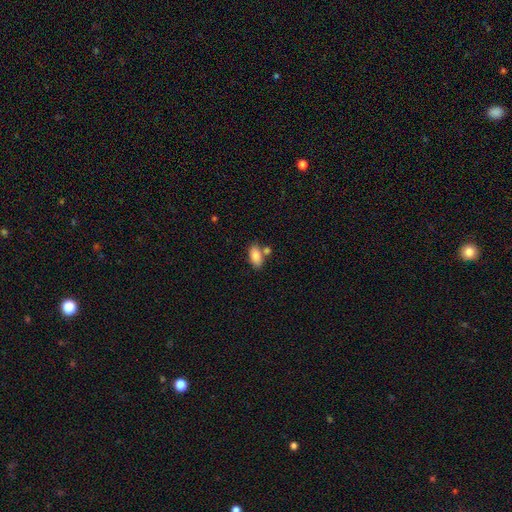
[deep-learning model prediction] Smooth or featured? Predicted: smooth (p=0.85). How rounded? Predicted: in between (p=0.91). Merging? Predicted: none (p=0.60).